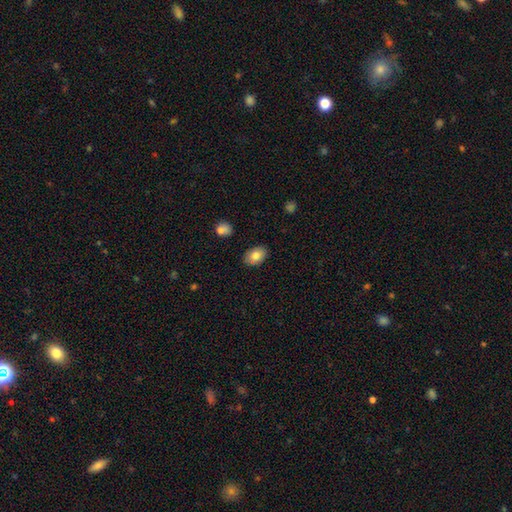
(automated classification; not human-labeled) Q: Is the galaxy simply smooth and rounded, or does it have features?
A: smooth — 80%.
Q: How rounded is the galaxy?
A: in between — 85%.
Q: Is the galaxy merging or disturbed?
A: none — 83%.